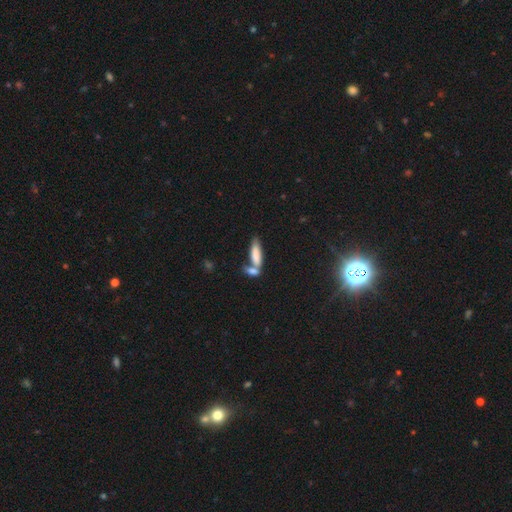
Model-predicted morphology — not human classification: Smooth or featured? Predicted: smooth (p=0.79). How rounded? Predicted: in between (p=0.50). Merging? Predicted: merger (p=0.50).